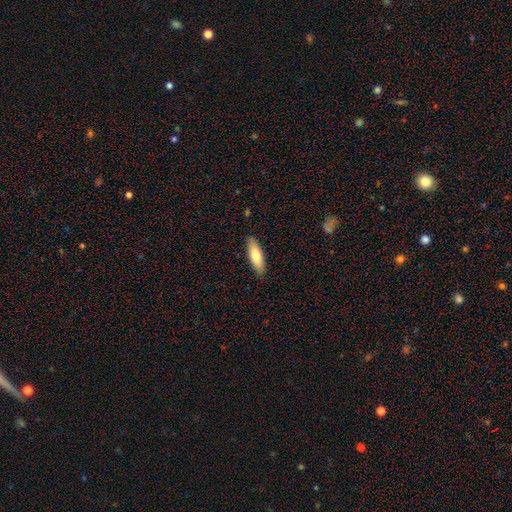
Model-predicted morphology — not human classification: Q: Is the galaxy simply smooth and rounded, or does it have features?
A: smooth — 76%.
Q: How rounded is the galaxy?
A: in between — 52%.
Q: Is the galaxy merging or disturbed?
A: none — 87%.